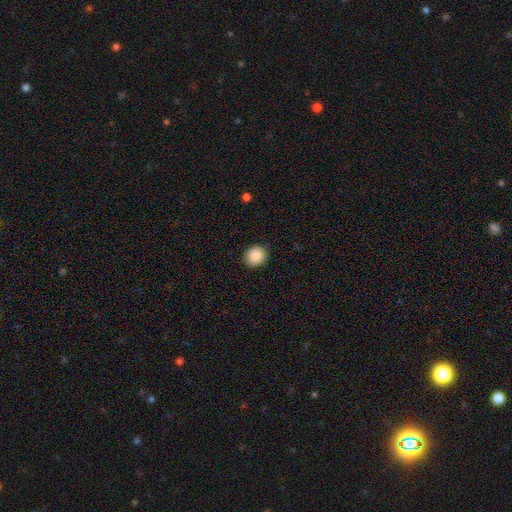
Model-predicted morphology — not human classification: smooth_or_featured: smooth (p=0.87) [alt: star or artifact p=0.08]
how_rounded: round (p=0.81) [alt: in between p=0.18]
merging: none (p=0.89) [alt: minor disturbance p=0.08]